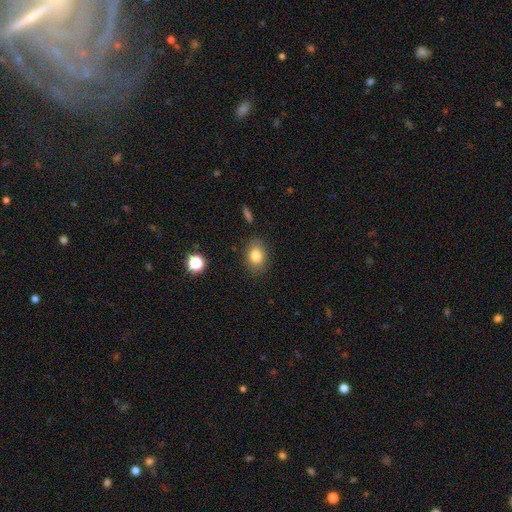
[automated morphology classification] smooth_or_featured: smooth (p=0.81) [alt: star or artifact p=0.10]
how_rounded: in between (p=0.70) [alt: round p=0.29]
merging: none (p=0.84) [alt: minor disturbance p=0.11]